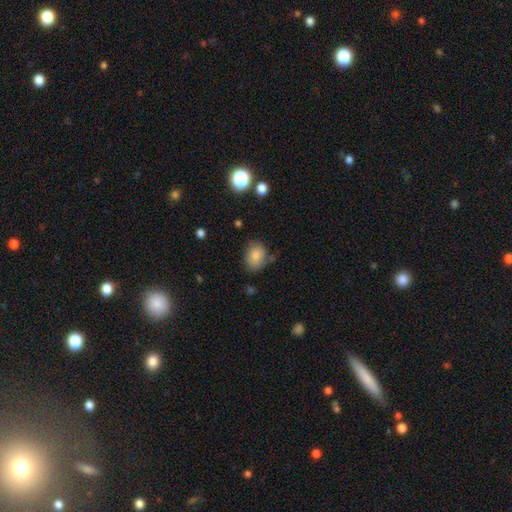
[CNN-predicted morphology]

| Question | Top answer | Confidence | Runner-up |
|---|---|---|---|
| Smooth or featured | smooth | 83% | star or artifact (9%) |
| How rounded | in between | 60% | round (39%) |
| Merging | none | 69% | minor disturbance (22%) |